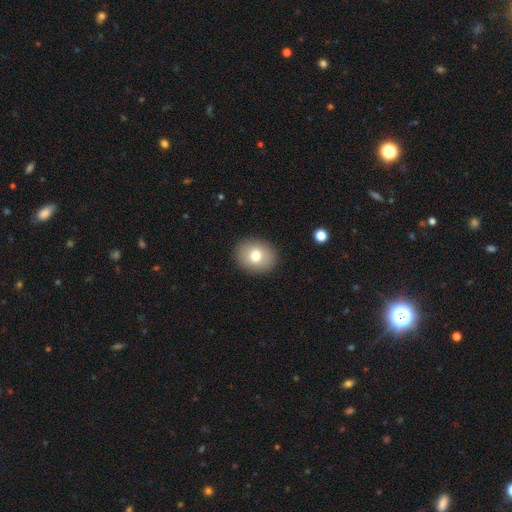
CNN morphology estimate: This is likely a smooth galaxy (76%). How rounded: possibly round (56%). Merging: clearly none (90%).